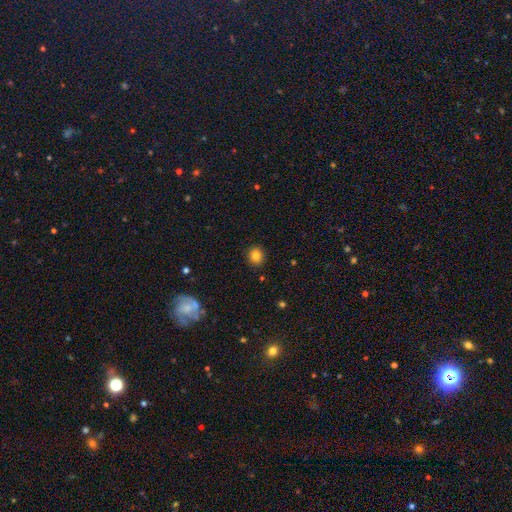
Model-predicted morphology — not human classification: Q: Smooth or featured?
A: smooth (83%); runner-up: star or artifact (11%)
Q: How rounded?
A: round (82%); runner-up: in between (17%)
Q: Merging?
A: none (89%); runner-up: minor disturbance (8%)